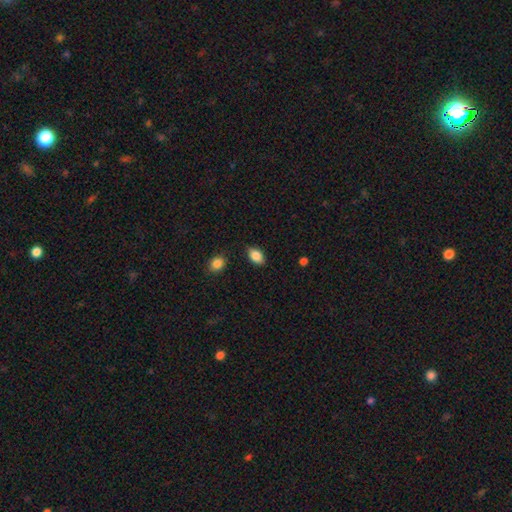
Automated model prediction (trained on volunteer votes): The model was most divided on "merging": none: 84%, minor disturbance: 11%, major disturbance: 2%, merger: 2%. More confident: how rounded — in between (88%); smooth or featured — smooth (84%).